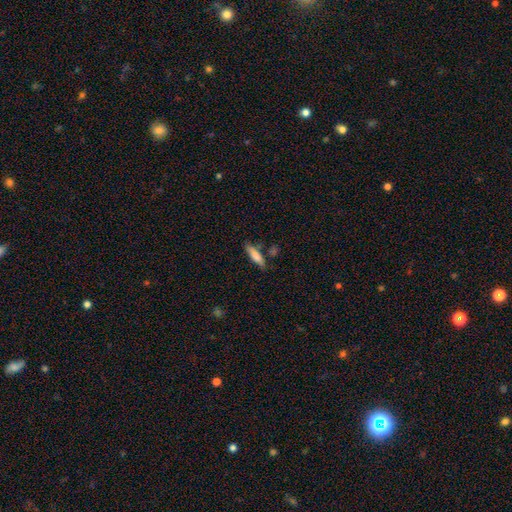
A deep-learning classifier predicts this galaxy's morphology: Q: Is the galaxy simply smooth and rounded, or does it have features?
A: smooth — 80%.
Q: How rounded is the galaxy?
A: cigar-shaped — 71%.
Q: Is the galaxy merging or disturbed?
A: none — 72%.